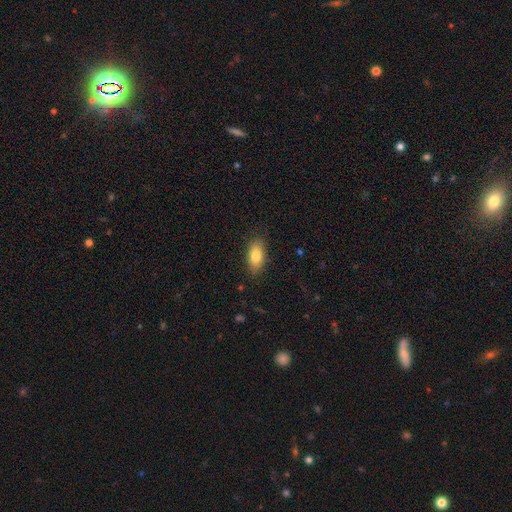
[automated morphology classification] A smooth galaxy with no disk features (81%) that is in between round and cigar-shaped (88%). Merging: none (85%).